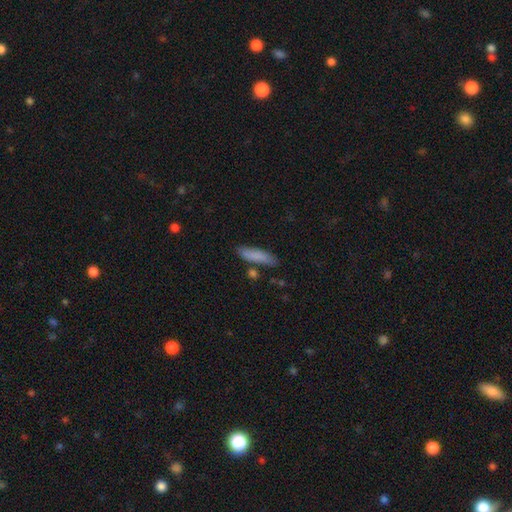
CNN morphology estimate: Smooth or featured? Predicted: smooth (p=0.83). How rounded? Predicted: cigar-shaped (p=0.70). Merging? Predicted: none (p=0.77).